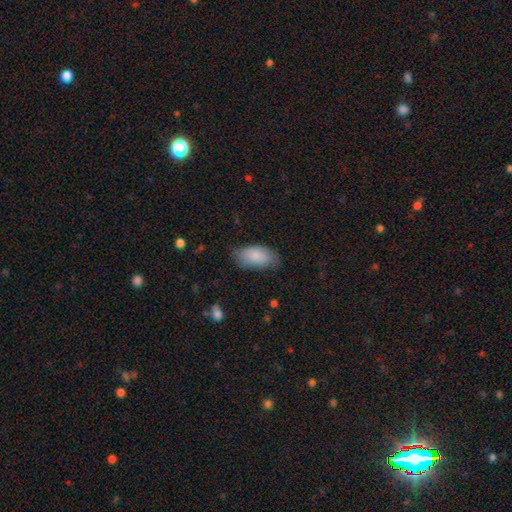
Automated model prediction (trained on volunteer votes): smooth_or_featured: smooth (p=0.84) [alt: featured or disk p=0.10]
how_rounded: in between (p=0.94) [alt: cigar-shaped p=0.03]
merging: none (p=0.71) [alt: minor disturbance p=0.23]